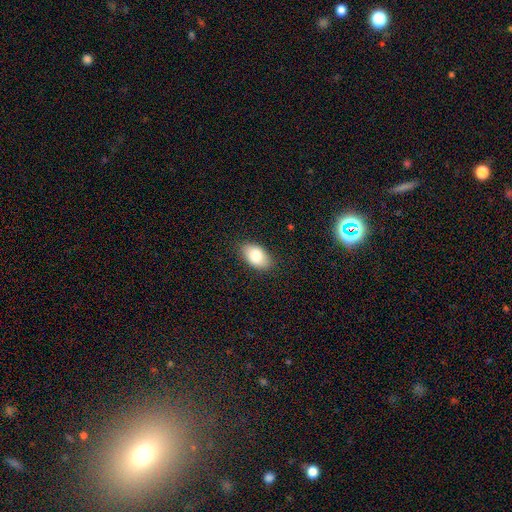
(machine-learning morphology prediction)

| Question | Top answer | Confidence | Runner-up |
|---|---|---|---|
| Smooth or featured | smooth | 83% | featured or disk (10%) |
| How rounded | in between | 92% | round (6%) |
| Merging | none | 85% | minor disturbance (11%) |